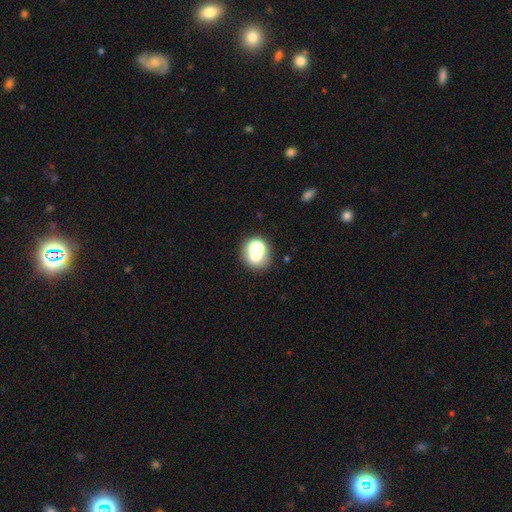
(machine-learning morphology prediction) Q: Smooth or featured?
A: smooth (61%); runner-up: featured or disk (20%)
Q: How rounded?
A: round (70%); runner-up: in between (29%)
Q: Merging?
A: none (51%); runner-up: merger (31%)